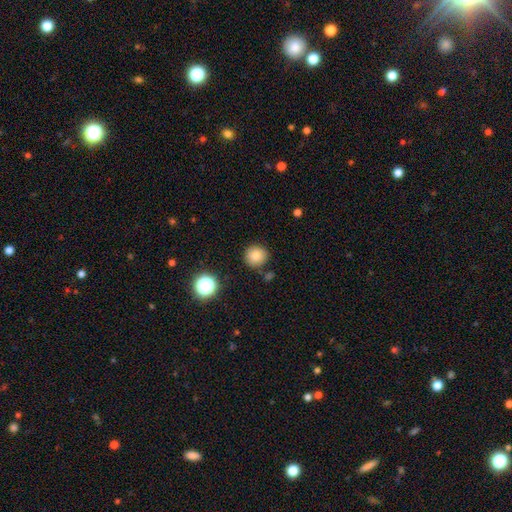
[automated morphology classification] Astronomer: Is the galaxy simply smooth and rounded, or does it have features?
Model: smooth — 82%.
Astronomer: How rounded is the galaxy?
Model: round — 94%.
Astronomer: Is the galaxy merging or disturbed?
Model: none — 86%.